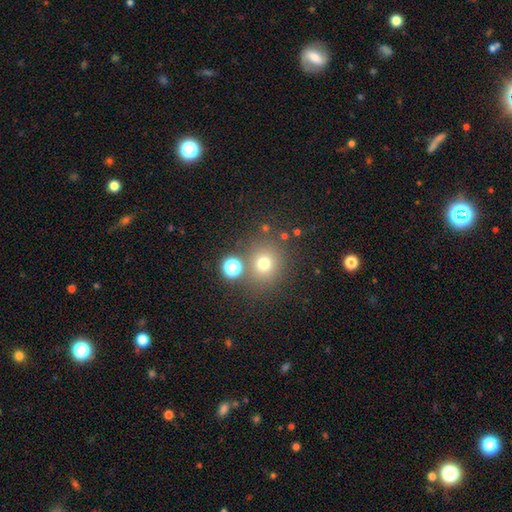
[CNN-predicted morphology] Smooth or featured? smooth (57%)
How rounded? round (89%)
Merging? none (77%)